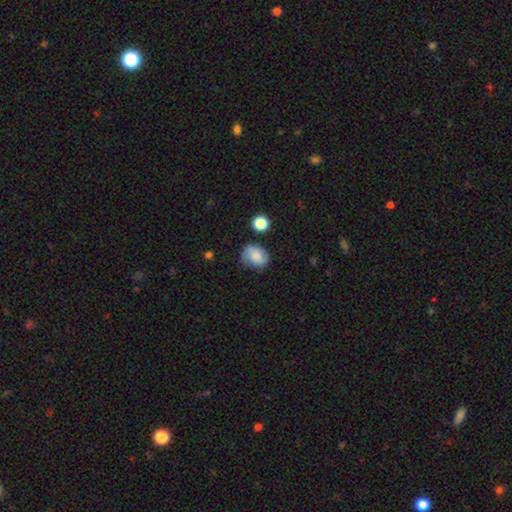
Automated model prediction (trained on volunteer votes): Morphology: type=smooth (67%); roundness=round (50%); merging=none (64%).